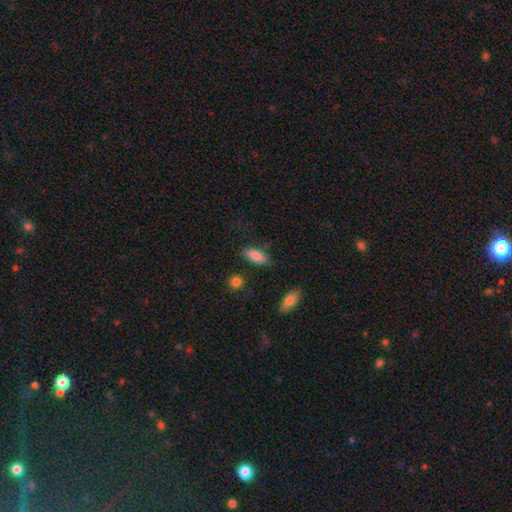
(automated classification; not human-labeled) Smooth or featured: smooth — 86% (featured or disk — 7%)
How rounded: in between — 80% (cigar-shaped — 18%)
Merging: none — 77% (minor disturbance — 17%)